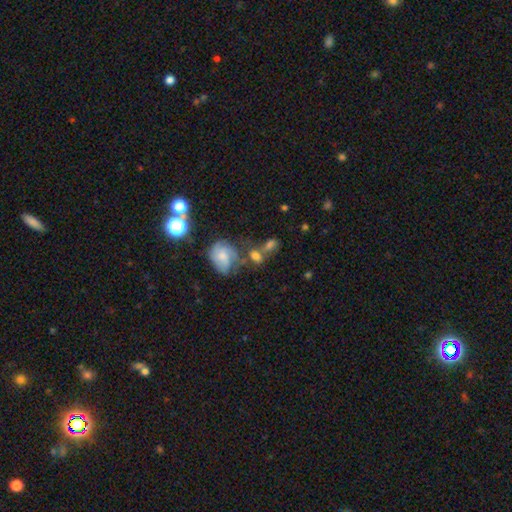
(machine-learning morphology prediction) type=smooth (59%); roundness=in between (70%); merging=merger (39%).